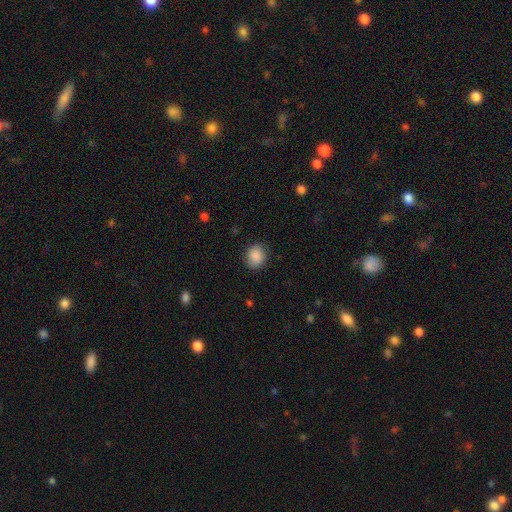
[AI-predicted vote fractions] Q: Smooth or featured?
A: smooth (87%); runner-up: star or artifact (8%)
Q: How rounded?
A: round (72%); runner-up: in between (27%)
Q: Merging?
A: none (83%); runner-up: minor disturbance (13%)